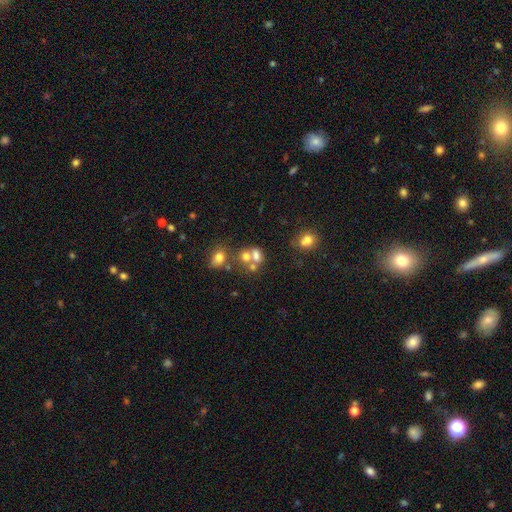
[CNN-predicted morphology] Smooth or featured?
  - smooth: 62% *
  - featured or disk: 21%
  - star or artifact: 18%
How rounded?
  - in between: 50% *
  - round: 49%
  - cigar-shaped: 1%
Merging?
  - merger: 52% *
  - none: 32%
  - minor disturbance: 10%
  - major disturbance: 7%